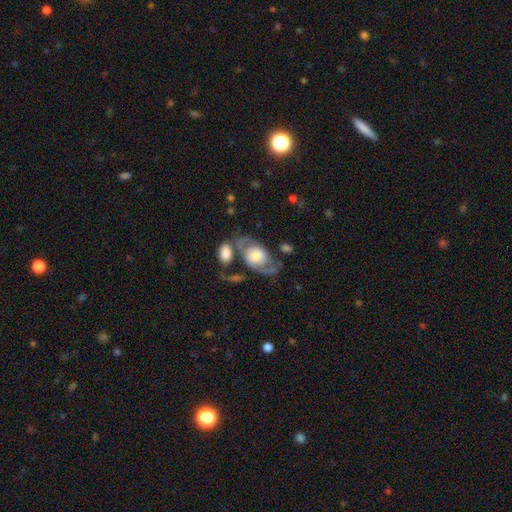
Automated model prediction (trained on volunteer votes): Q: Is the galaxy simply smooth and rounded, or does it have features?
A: featured or disk — 67%.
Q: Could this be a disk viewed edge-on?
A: no — 94%.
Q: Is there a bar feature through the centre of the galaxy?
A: no — 68%.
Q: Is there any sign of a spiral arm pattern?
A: yes — 77%.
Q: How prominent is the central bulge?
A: large — 38%.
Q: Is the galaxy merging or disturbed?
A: none — 46%.